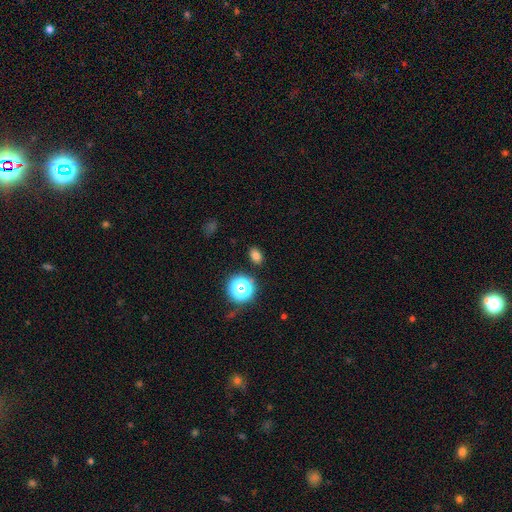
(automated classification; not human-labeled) A smooth galaxy with no disk features (73%) that is in between round and cigar-shaped (71%). Merging: none (86%).